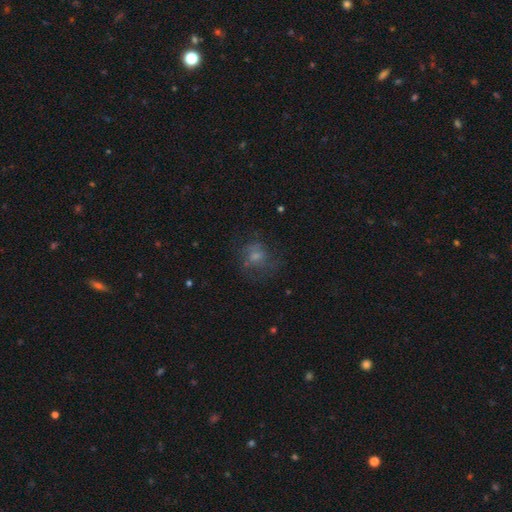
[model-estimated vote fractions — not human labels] This is marginally a smooth galaxy (40%). Merging: likely none (62%).